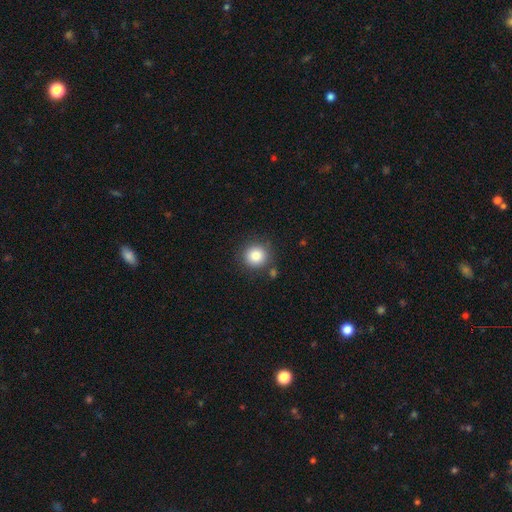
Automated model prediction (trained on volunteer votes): smooth_or_featured: smooth (p=0.83) [alt: star or artifact p=0.10]
how_rounded: round (p=0.92) [alt: in between p=0.07]
merging: none (p=0.84) [alt: minor disturbance p=0.09]